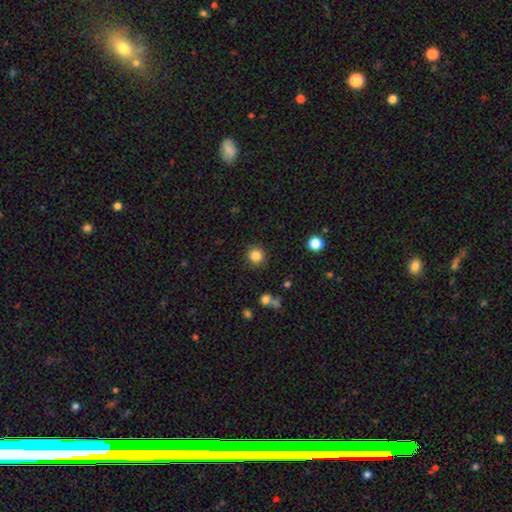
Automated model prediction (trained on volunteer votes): Overall: smooth (84%). How rounded: round (93%). Merging: none (89%).